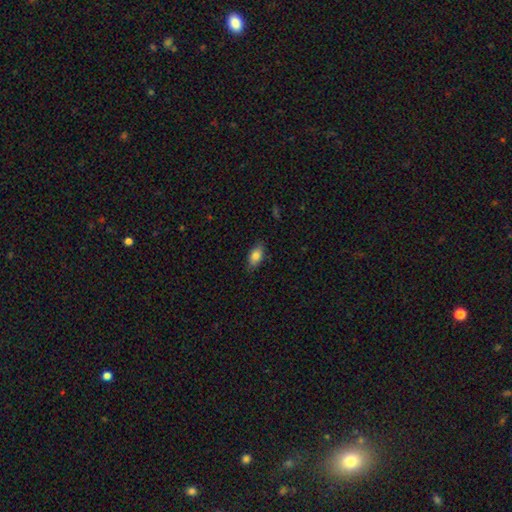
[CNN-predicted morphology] Smooth or featured? smooth (83%)
How rounded? in between (90%)
Merging? none (83%)